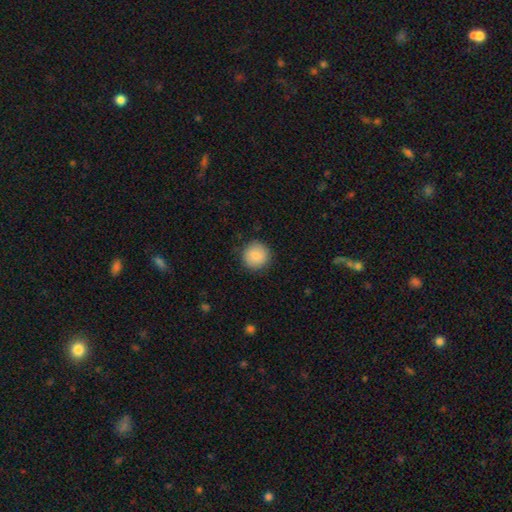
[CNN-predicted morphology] Smooth or featured?
  - smooth: 87% *
  - star or artifact: 8%
  - featured or disk: 6%
How rounded?
  - round: 94% *
  - in between: 5%
  - cigar-shaped: 1%
Merging?
  - none: 89% *
  - minor disturbance: 8%
  - major disturbance: 2%
  - merger: 1%